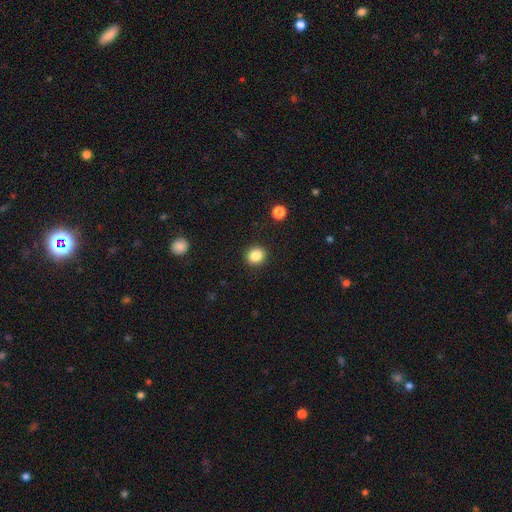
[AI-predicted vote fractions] Overall: smooth (86%). How rounded: round (79%). Merging: none (91%).